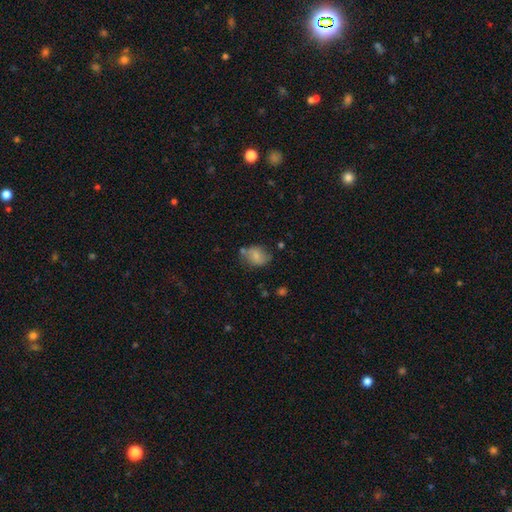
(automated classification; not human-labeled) Overall: smooth (73%). How rounded: in between (64%; round 35%). Merging: none (64%).